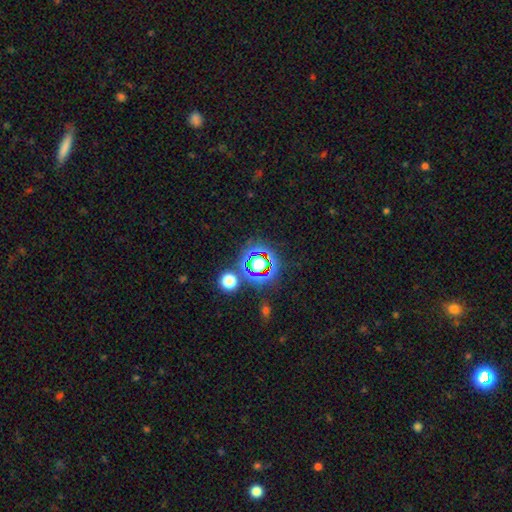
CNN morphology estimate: Smooth or featured?
  - star or artifact: 70% *
  - smooth: 21%
  - featured or disk: 9%